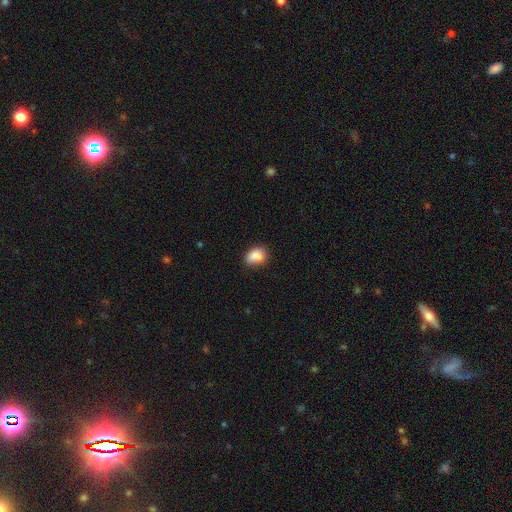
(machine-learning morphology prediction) smooth_or_featured: smooth (p=0.84) [alt: star or artifact p=0.09]
how_rounded: in between (p=0.72) [alt: round p=0.27]
merging: none (p=0.63) [alt: minor disturbance p=0.23]